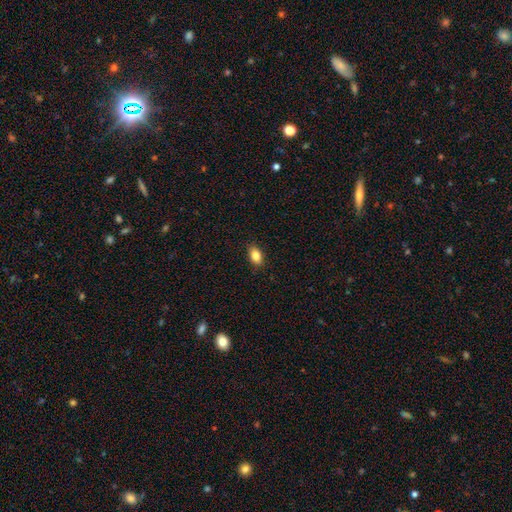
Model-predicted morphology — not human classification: smooth-or-featured: smooth: 84% | star or artifact: 8% | featured or disk: 8%
  how-rounded: in between: 86% | round: 11% | cigar-shaped: 3%
  merging: none: 88% | minor disturbance: 9% | major disturbance: 2% | merger: 1%